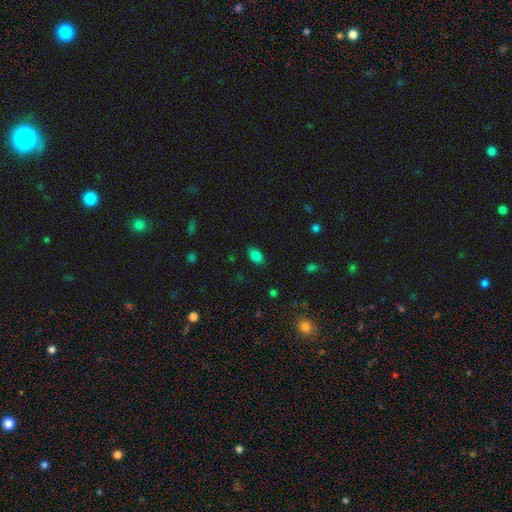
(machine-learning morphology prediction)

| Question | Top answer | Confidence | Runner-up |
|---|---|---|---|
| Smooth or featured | smooth | 81% | star or artifact (12%) |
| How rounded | in between | 87% | round (10%) |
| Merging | none | 83% | minor disturbance (13%) |